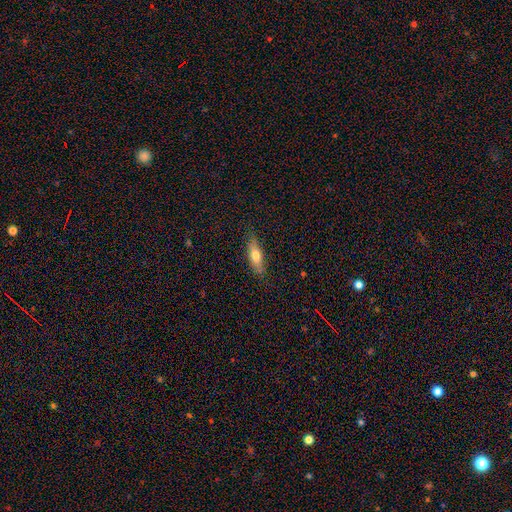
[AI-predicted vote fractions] Q: Smooth or featured?
A: smooth (68%); runner-up: featured or disk (26%)
Q: How rounded?
A: in between (50%); runner-up: cigar-shaped (47%)
Q: Merging?
A: none (79%); runner-up: minor disturbance (16%)